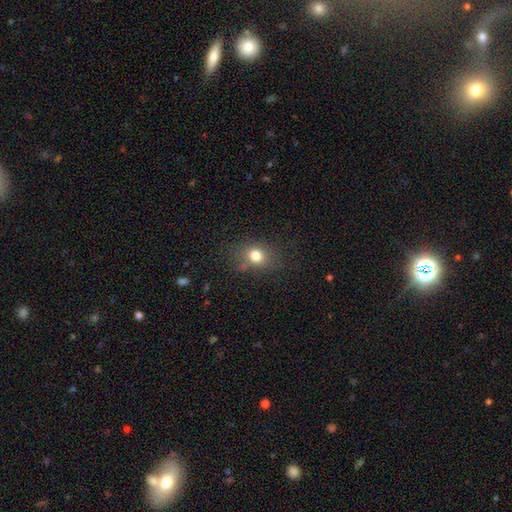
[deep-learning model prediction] Smooth or featured: smooth — 77% (star or artifact — 13%)
How rounded: round — 56% (in between — 43%)
Merging: none — 74% (minor disturbance — 17%)